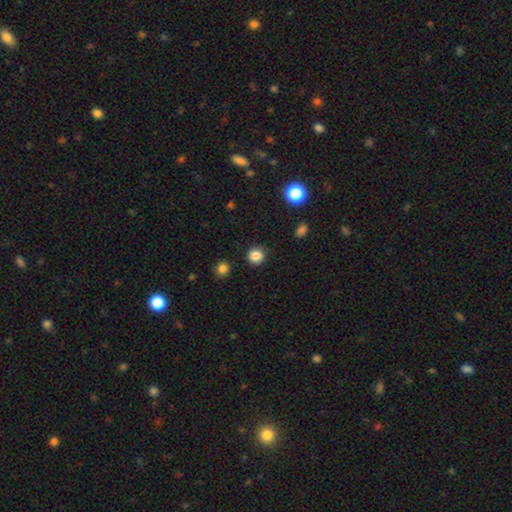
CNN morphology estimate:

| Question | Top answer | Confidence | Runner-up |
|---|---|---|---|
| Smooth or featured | smooth | 85% | star or artifact (12%) |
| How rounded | round | 91% | in between (9%) |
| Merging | none | 86% | minor disturbance (10%) |